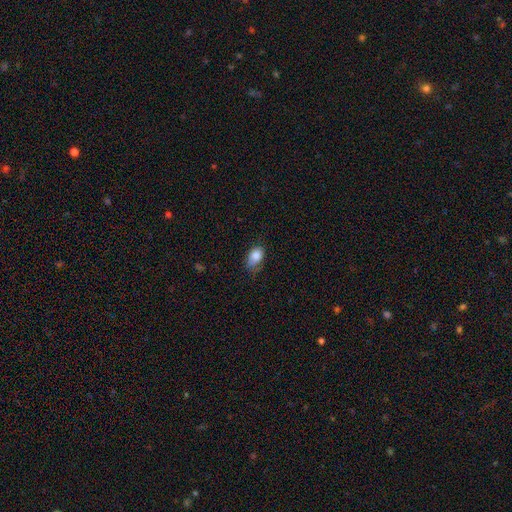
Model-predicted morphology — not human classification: smooth-or-featured: smooth: 84% | featured or disk: 8% | star or artifact: 8%
  how-rounded: in between: 87% | round: 12% | cigar-shaped: 2%
  merging: none: 54% | minor disturbance: 33% | major disturbance: 11% | merger: 2%